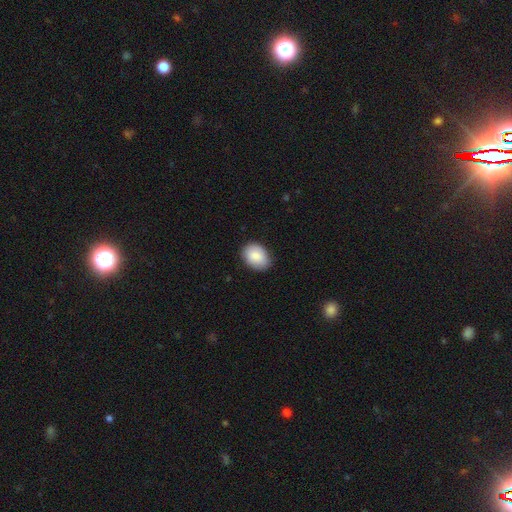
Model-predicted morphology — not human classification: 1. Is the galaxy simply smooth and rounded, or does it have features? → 87% smooth, 7% featured or disk, 6% star or artifact.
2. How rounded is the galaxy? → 72% in between, 27% round, 1% cigar-shaped.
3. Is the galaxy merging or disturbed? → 83% none, 13% minor disturbance, 2% major disturbance, 1% merger.